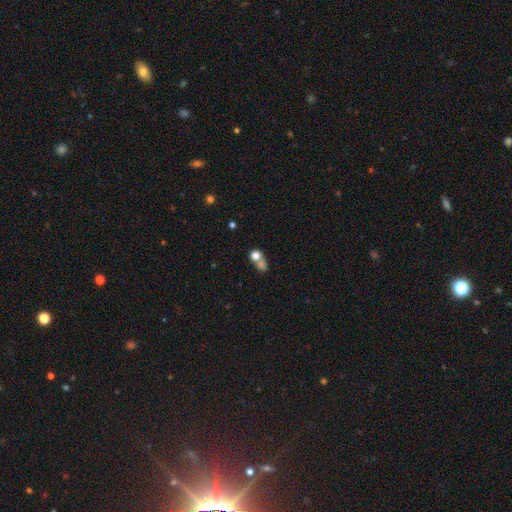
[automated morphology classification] Overall: smooth (74%). How rounded: round (70%). Merging: merger (58%; none 28%).